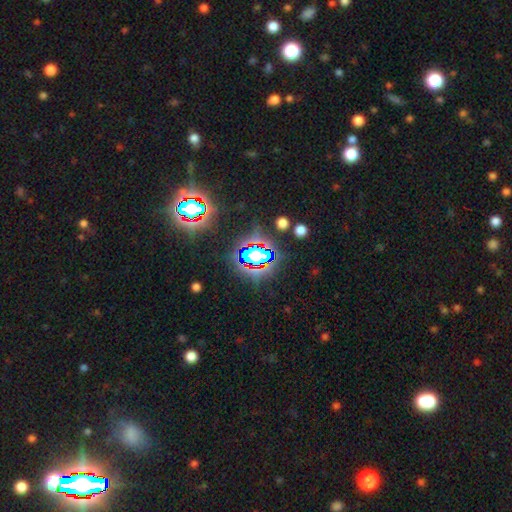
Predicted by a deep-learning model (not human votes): Overall: star or artifact (69%).